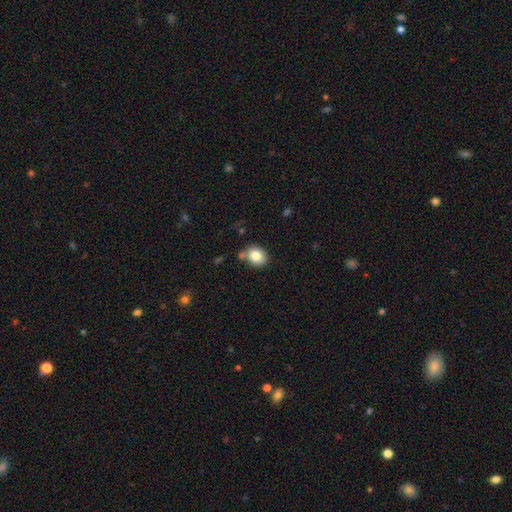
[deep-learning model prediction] This appears to be a smooth galaxy with no disk features (82%) that is round (59%). Merging: none (70%).